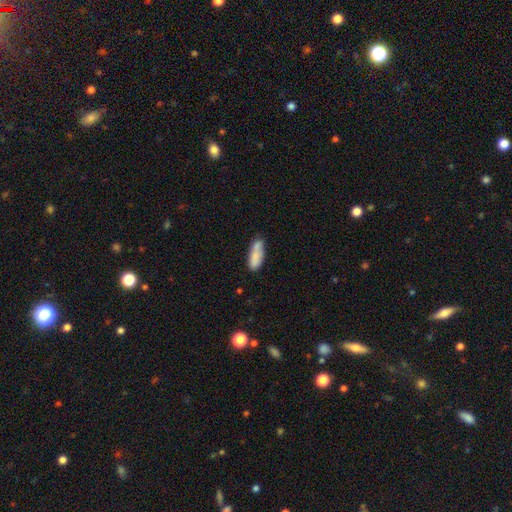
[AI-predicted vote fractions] Morphology: type=smooth (75%); roundness=in between (66%); merging=none (56%).